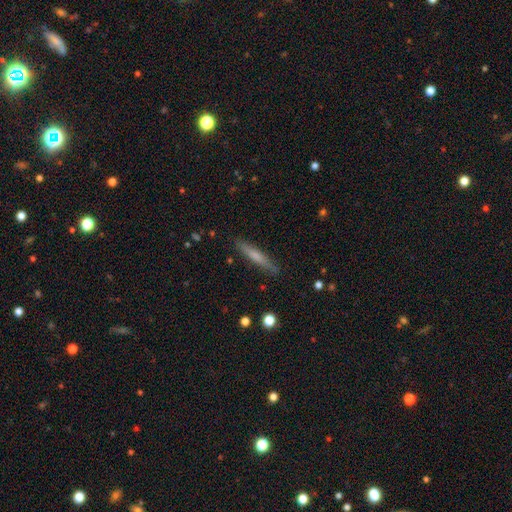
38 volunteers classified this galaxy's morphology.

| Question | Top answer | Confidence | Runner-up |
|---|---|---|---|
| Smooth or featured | smooth | 53% | featured or disk (42%) |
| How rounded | cigar-shaped | 95% | round (5%) |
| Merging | none | 89% | minor disturbance (8%) |